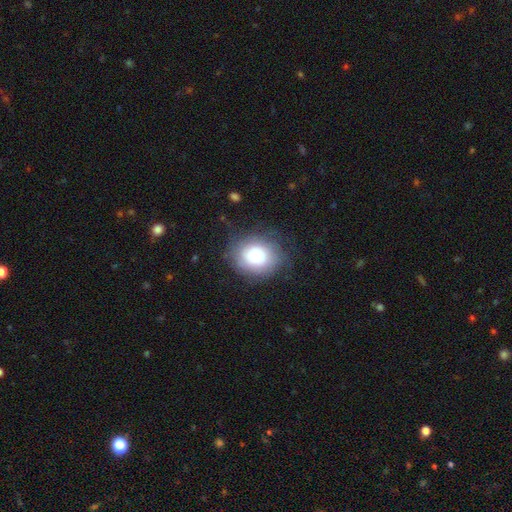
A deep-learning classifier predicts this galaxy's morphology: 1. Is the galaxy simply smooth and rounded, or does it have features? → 66% smooth, 24% featured or disk, 10% star or artifact.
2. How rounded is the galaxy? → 68% round, 31% in between, 1% cigar-shaped.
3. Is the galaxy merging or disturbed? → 67% none, 20% minor disturbance, 11% major disturbance, 1% merger.